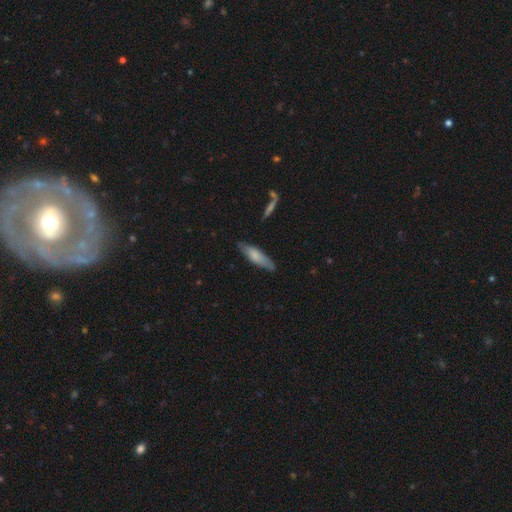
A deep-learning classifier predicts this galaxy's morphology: This appears to be a smooth galaxy with no disk features (71%) that is cigar-shaped (66%). Merging: none (77%).